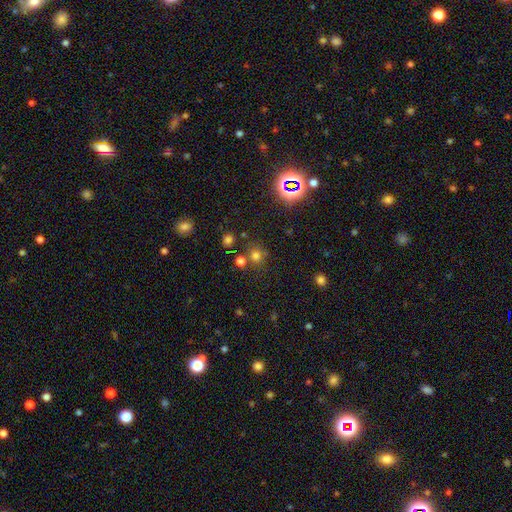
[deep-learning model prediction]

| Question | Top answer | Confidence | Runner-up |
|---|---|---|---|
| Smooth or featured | smooth | 69% | star or artifact (24%) |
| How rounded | round | 89% | in between (10%) |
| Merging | none | 72% | merger (14%) |